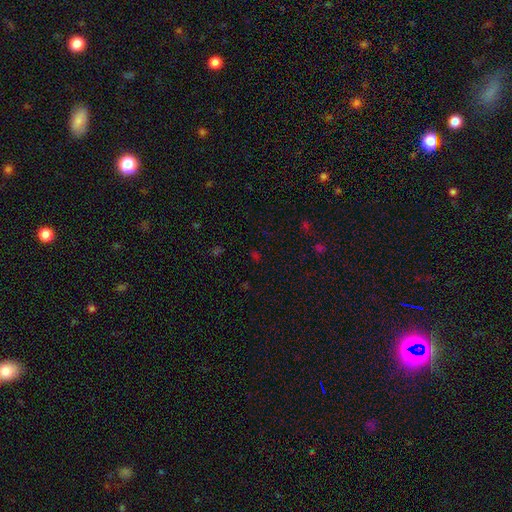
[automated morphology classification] Overall: star or artifact (55%; smooth 38%).